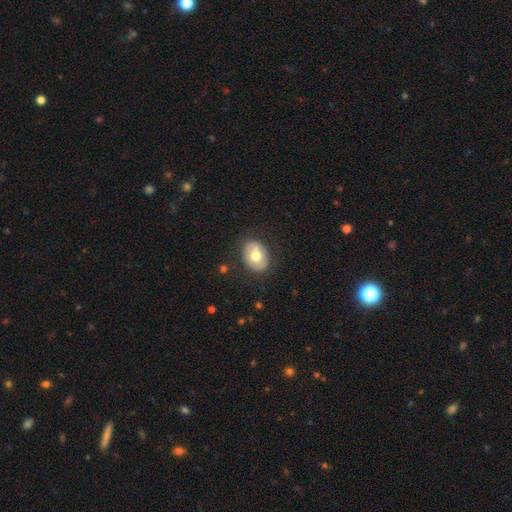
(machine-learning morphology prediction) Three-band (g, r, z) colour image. It shows a smooth galaxy with no disk features (61%) that is in between round and cigar-shaped (63%). Merging: none (80%).